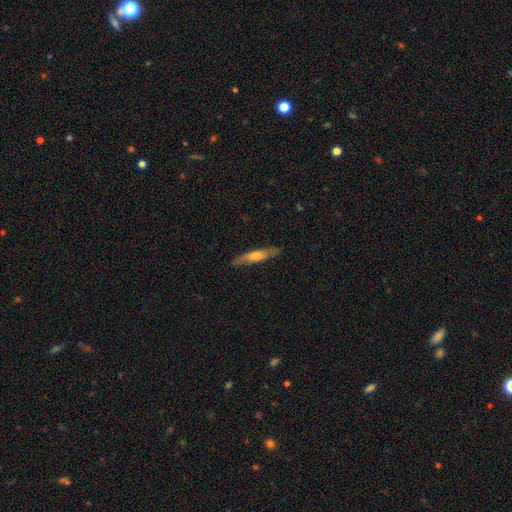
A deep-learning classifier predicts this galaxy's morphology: featured or disk 47% (tied), smooth 47% (tied), star or artifact 6%. Down the decision tree: merging — none (85%).